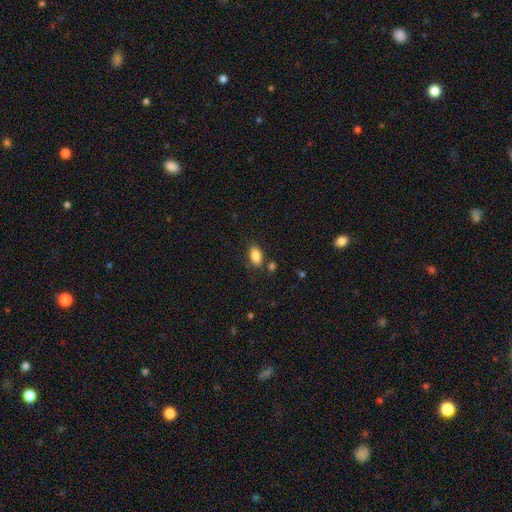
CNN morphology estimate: A smooth galaxy with no disk features (87%) that is in between round and cigar-shaped (91%). Merging: none (81%).